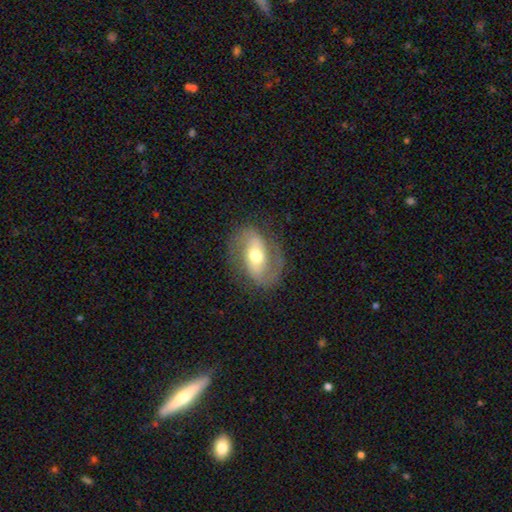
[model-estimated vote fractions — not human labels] Smooth or featured? Predicted: featured or disk (p=0.72). Edge-on disk? Predicted: no (p=0.95). Bar? Predicted: weak (p=0.37). Spiral arms? Predicted: yes (p=0.81). Spiral winding? Predicted: medium (p=0.46). Spiral arm count? Predicted: 2 (p=0.87). Bulge size? Predicted: moderate (p=0.71). Merging? Predicted: none (p=0.75).